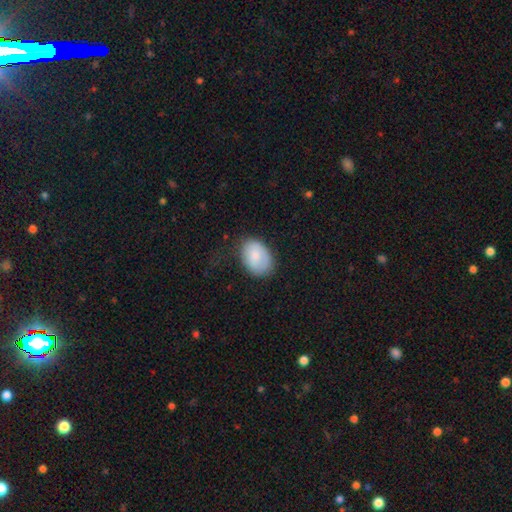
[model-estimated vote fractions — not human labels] Smooth or featured: smooth — 80% (featured or disk — 13%)
How rounded: in between — 79% (round — 20%)
Merging: none — 69% (minor disturbance — 23%)